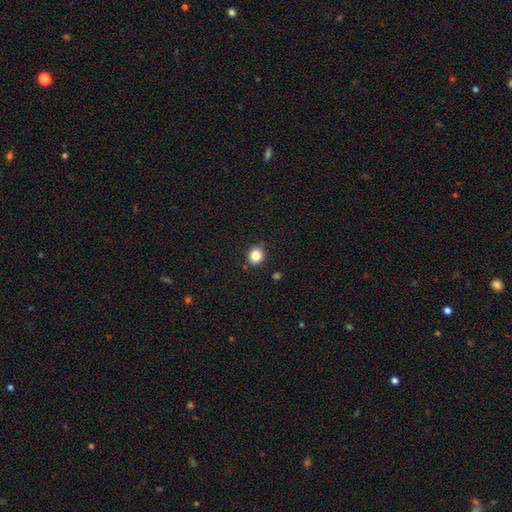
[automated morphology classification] Smooth or featured? smooth (84%)
How rounded? round (88%)
Merging? none (89%)